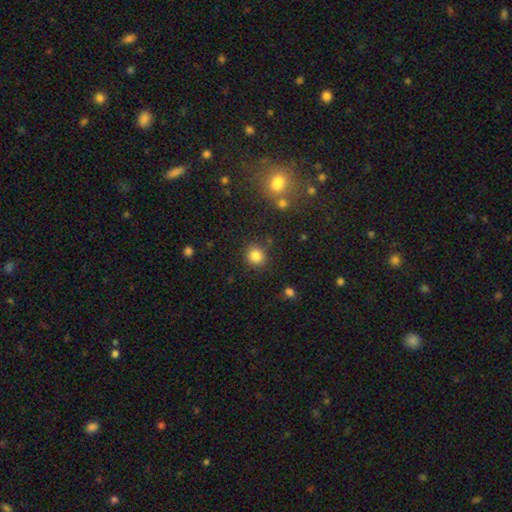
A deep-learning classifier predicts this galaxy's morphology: Q: Smooth or featured?
A: smooth (84%); runner-up: star or artifact (11%)
Q: How rounded?
A: round (84%); runner-up: in between (15%)
Q: Merging?
A: none (83%); runner-up: minor disturbance (10%)